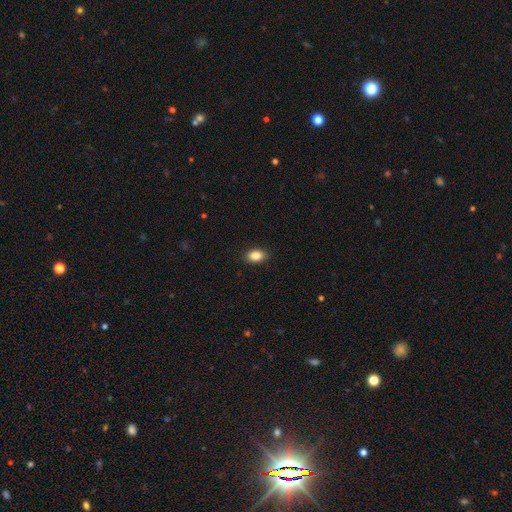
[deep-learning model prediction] Smooth or featured: smooth — 86% (star or artifact — 8%)
How rounded: in between — 86% (round — 12%)
Merging: none — 89% (minor disturbance — 8%)